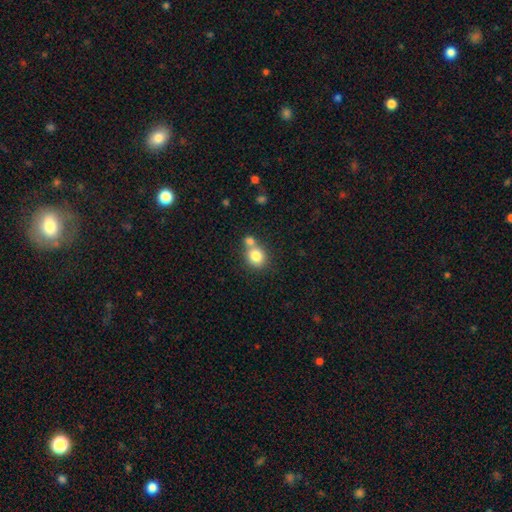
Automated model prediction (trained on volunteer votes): This appears to be a smooth galaxy with no disk features (81%) that is round (77%). Merging: none (49%).